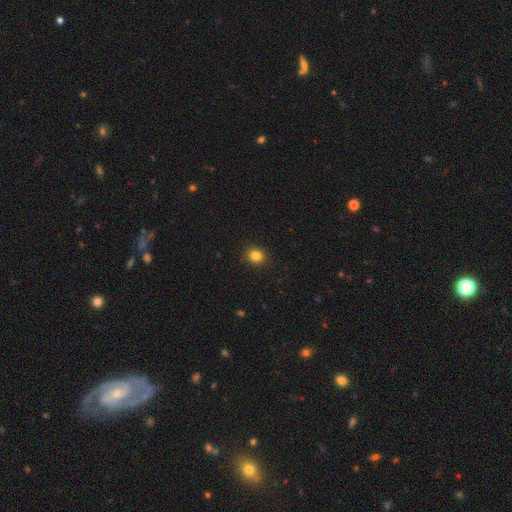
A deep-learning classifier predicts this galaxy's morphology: A smooth galaxy with no disk features (84%) that is round (78%). Merging: none (90%).